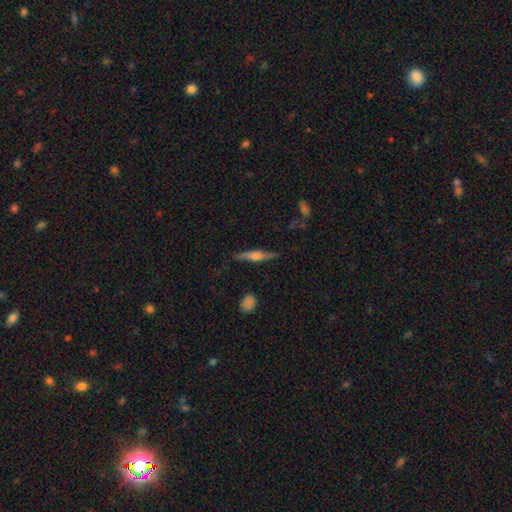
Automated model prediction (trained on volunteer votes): The model was most divided on "smooth or featured": featured or disk: 65%, smooth: 29%, star or artifact: 6%. More confident: edge-on disk — yes (96%); edge-on bulge — rounded (86%); merging — none (86%).